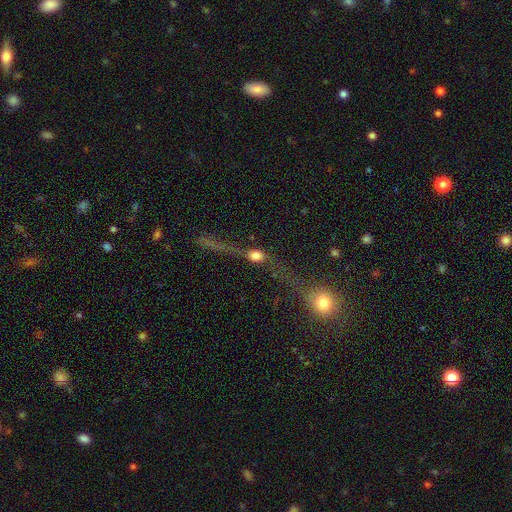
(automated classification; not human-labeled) A featured or disk galaxy (49%).

Vote fractions:
- Smooth or featured? featured or disk: 49% / smooth: 37% / star or artifact: 15%
- Merging? none: 42% / major disturbance: 26% / minor disturbance: 17% / merger: 14%